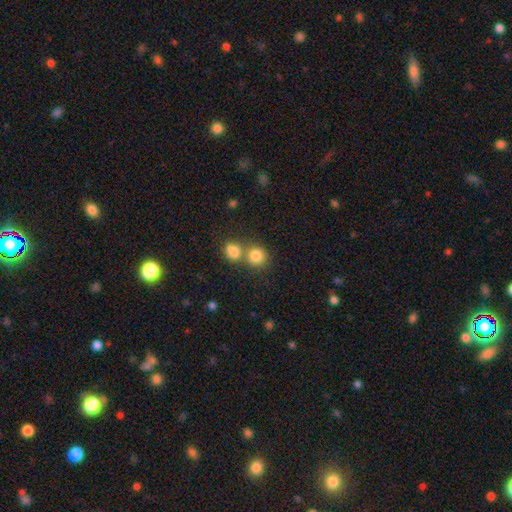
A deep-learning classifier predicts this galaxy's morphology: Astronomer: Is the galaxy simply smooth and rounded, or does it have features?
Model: smooth — 82%.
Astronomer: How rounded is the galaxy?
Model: round — 85%.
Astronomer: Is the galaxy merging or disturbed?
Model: none — 51% (runner-up: merger, 38%).